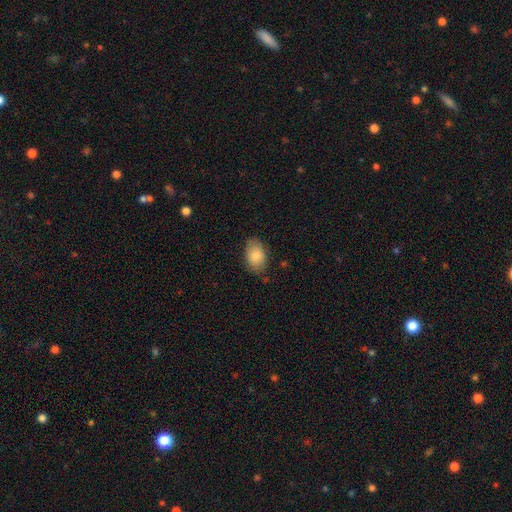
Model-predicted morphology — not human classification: smooth-or-featured: smooth: 84% | featured or disk: 10% | star or artifact: 6%
  how-rounded: in between: 89% | round: 10% | cigar-shaped: 1%
  merging: none: 79% | minor disturbance: 16% | major disturbance: 3% | merger: 1%